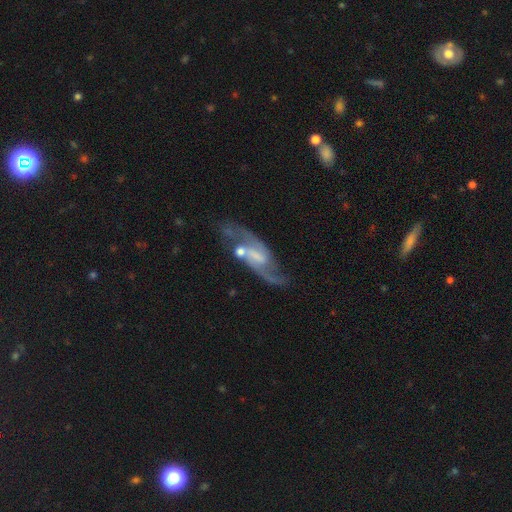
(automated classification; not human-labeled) Smooth or featured: featured or disk — 89% (smooth — 6%)
Edge-on disk: no — 95% (yes — 5%)
Bar: weak — 51% (strong — 31%)
Spiral arms: yes — 97% (no — 3%)
Spiral winding: medium — 48% (loose — 43%)
Spiral arm count: 2 — 93% (can't tell — 3%)
Bulge size: small — 35% (none — 34%)
Merging: none — 67% (minor disturbance — 15%)